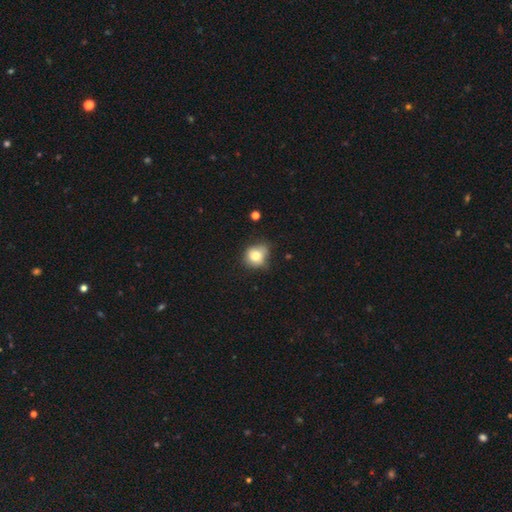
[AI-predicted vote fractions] A smooth galaxy with no disk features (77%) that is round (74%).

Vote fractions:
- Smooth or featured? smooth: 77% / featured or disk: 12% / star or artifact: 11%
- How rounded? round: 74% / in between: 25% / cigar-shaped: 1%
- Merging? none: 53% / minor disturbance: 33% / major disturbance: 9% / merger: 5%